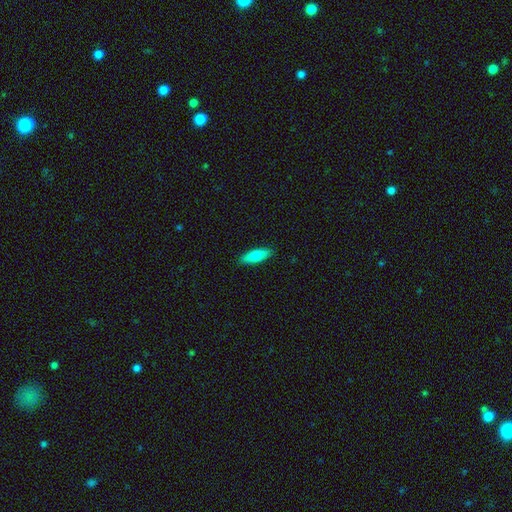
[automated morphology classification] A smooth galaxy with no disk features (75%) that is cigar-shaped (51%). Merging: none (89%).